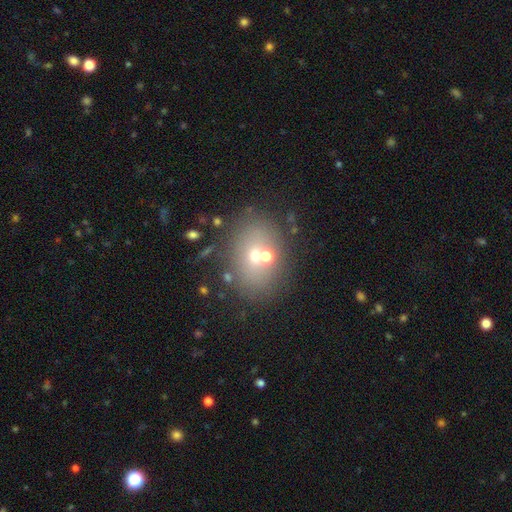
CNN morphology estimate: smooth-or-featured: smooth: 55% | featured or disk: 26% | star or artifact: 19%
  how-rounded: in between: 51% | round: 47% | cigar-shaped: 1%
  merging: none: 60% | merger: 23% | minor disturbance: 11% | major disturbance: 5%